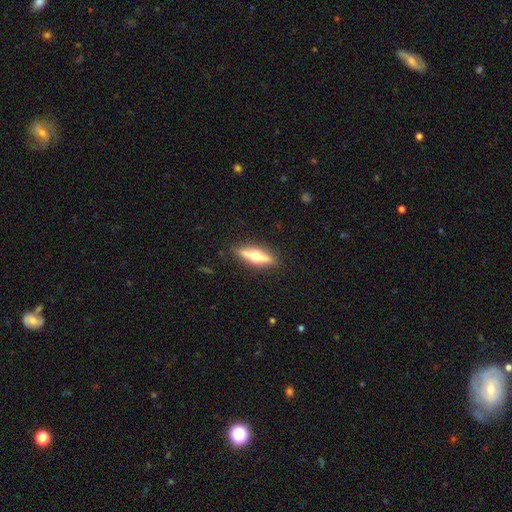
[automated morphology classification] Smooth or featured: featured or disk — 65% (smooth — 30%)
Edge-on disk: yes — 95% (no — 5%)
Edge-on bulge: rounded — 95% (boxy — 3%)
Merging: none — 90% (minor disturbance — 7%)